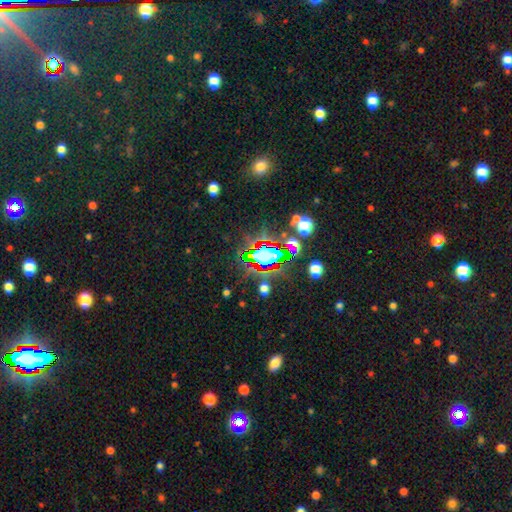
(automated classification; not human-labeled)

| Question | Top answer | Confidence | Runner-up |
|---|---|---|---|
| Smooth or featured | star or artifact | 65% | smooth (21%) |